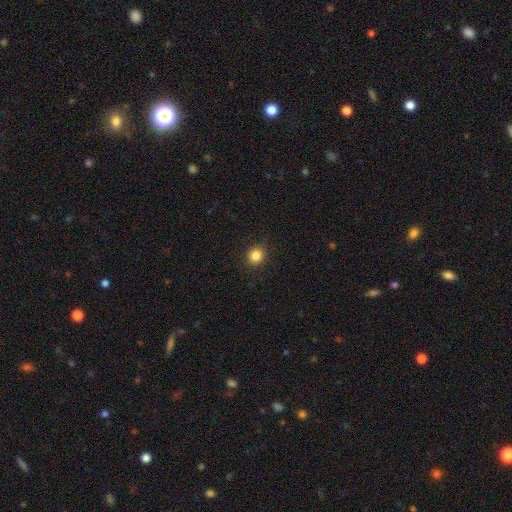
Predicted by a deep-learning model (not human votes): A smooth galaxy with no disk features (85%) that is round (85%).

Vote fractions:
- Smooth or featured? smooth: 85% / star or artifact: 11% / featured or disk: 4%
- How rounded? round: 85% / in between: 14% / cigar-shaped: 1%
- Merging? none: 91% / minor disturbance: 7% / major disturbance: 2% / merger: 1%